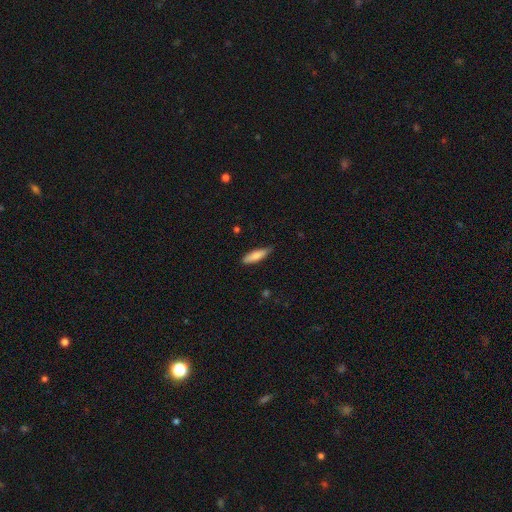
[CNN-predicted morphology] Overall: smooth (82%). How rounded: cigar-shaped (57%; in between 42%). Merging: none (72%).